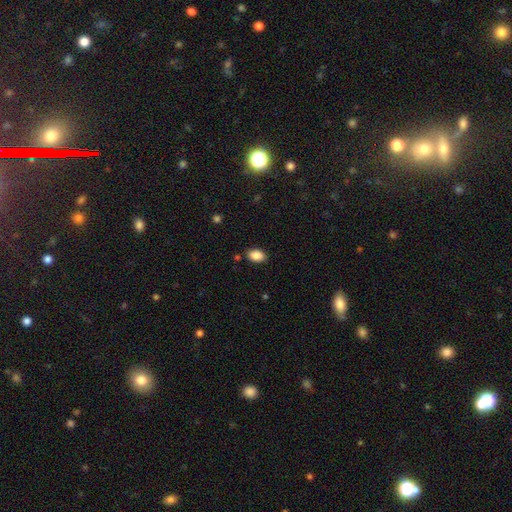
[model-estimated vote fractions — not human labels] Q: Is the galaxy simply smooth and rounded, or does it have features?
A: smooth — 88%.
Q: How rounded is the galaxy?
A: in between — 87%.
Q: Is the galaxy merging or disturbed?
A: none — 85%.